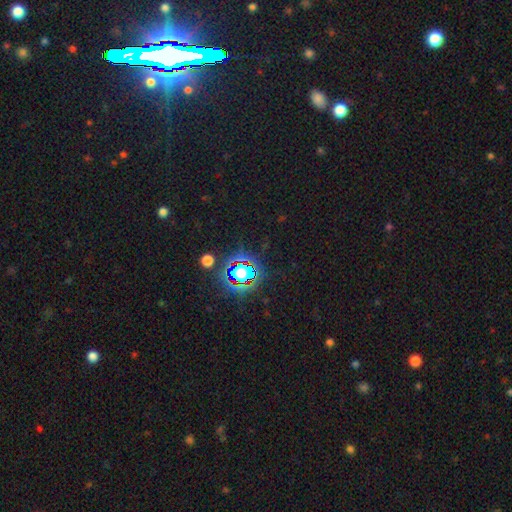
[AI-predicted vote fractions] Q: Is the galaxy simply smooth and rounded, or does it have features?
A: star or artifact — 82%.